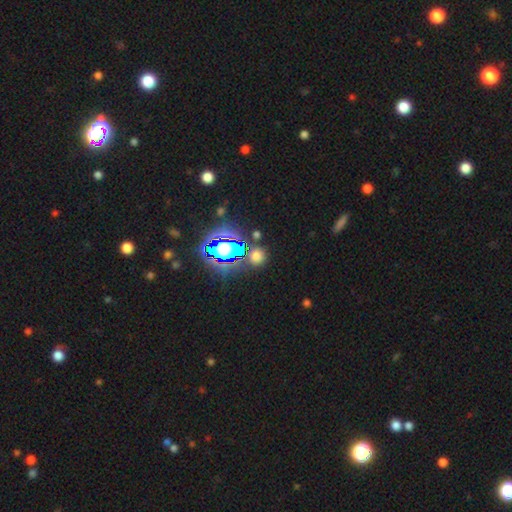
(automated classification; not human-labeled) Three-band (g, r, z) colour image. It shows a smooth galaxy with no disk features (55%) that is round (87%). Merging: none (81%).